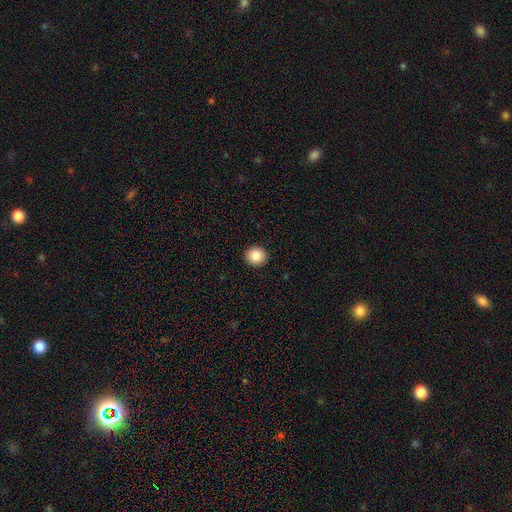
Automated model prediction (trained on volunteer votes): Smooth or featured? Predicted: smooth (p=0.85). How rounded? Predicted: round (p=0.91). Merging? Predicted: none (p=0.93).